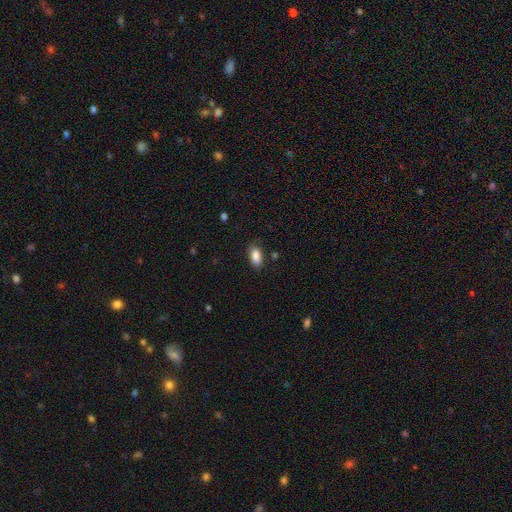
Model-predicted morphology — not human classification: Smooth or featured? Predicted: smooth (p=0.88). How rounded? Predicted: in between (p=0.91). Merging? Predicted: none (p=0.82).